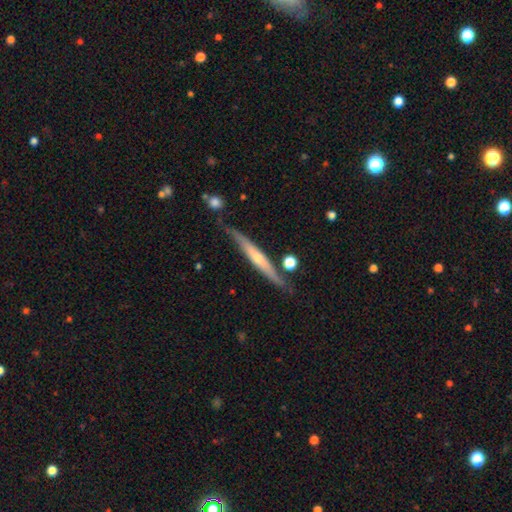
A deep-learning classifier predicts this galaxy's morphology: Smooth or featured: featured or disk — 70% (smooth — 24%)
Edge-on disk: yes — 95% (no — 5%)
Edge-on bulge: rounded — 59% (none — 32%)
Merging: none — 78% (minor disturbance — 15%)